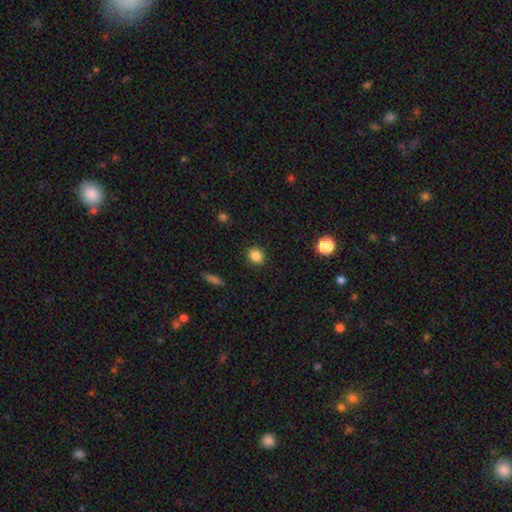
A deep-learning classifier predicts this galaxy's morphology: Smooth or featured? smooth (85%)
How rounded? round (73%)
Merging? none (90%)